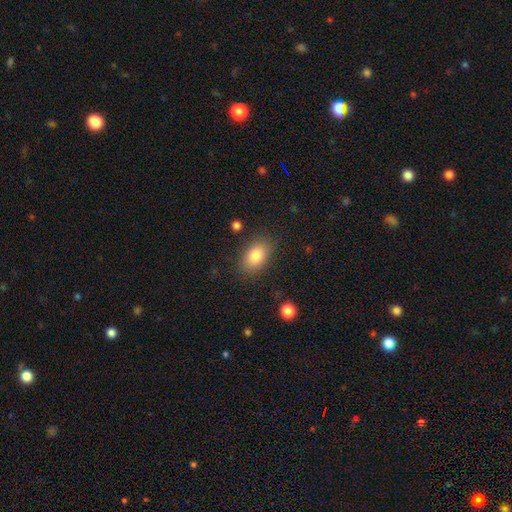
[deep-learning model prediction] Overall: smooth (86%). How rounded: in between (89%). Merging: none (82%).